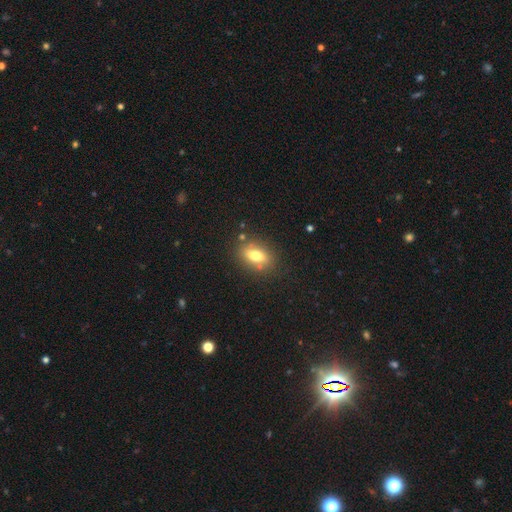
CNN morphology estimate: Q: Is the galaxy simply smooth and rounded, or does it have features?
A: smooth — 73%.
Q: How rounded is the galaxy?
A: in between — 79%.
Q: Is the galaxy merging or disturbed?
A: none — 78%.